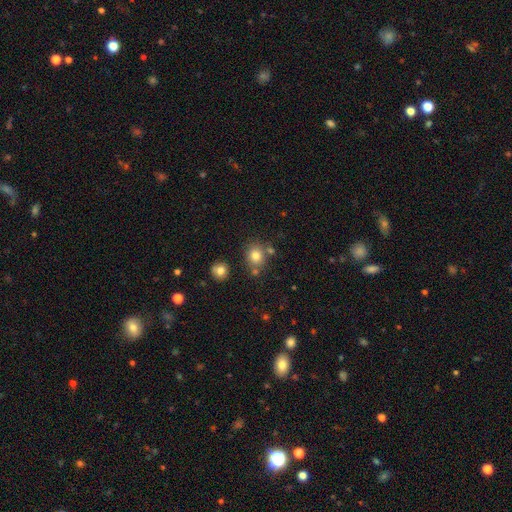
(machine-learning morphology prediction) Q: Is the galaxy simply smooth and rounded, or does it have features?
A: smooth — 78%.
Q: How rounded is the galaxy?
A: round — 75%.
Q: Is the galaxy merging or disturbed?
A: none — 73%.